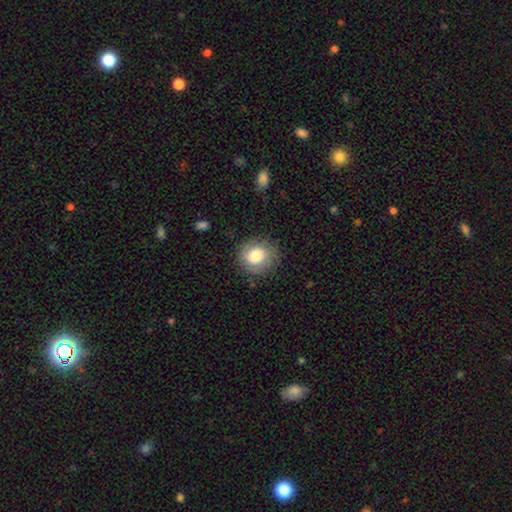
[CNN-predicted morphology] smooth 72%, featured or disk 19%, star or artifact 8%. Down the decision tree: how rounded — round (83%); merging — none (81%).